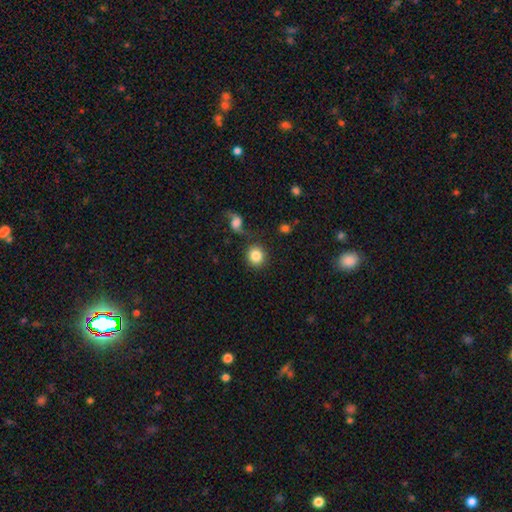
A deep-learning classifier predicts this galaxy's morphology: type=smooth (85%); roundness=round (89%); merging=none (81%).